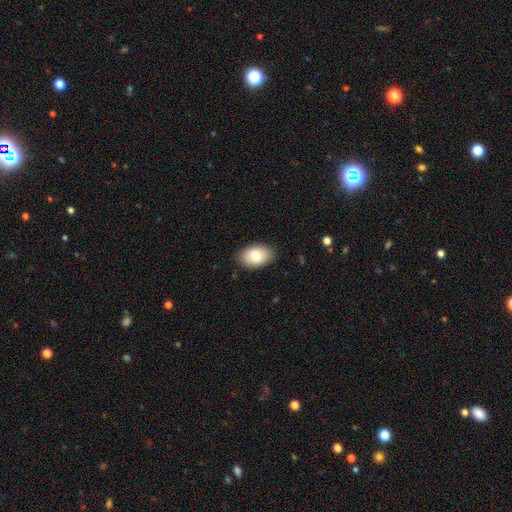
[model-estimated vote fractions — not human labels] smooth-or-featured: smooth: 80% | featured or disk: 13% | star or artifact: 7%
  how-rounded: in between: 88% | round: 11% | cigar-shaped: 1%
  merging: none: 86% | minor disturbance: 11% | major disturbance: 2% | merger: 1%